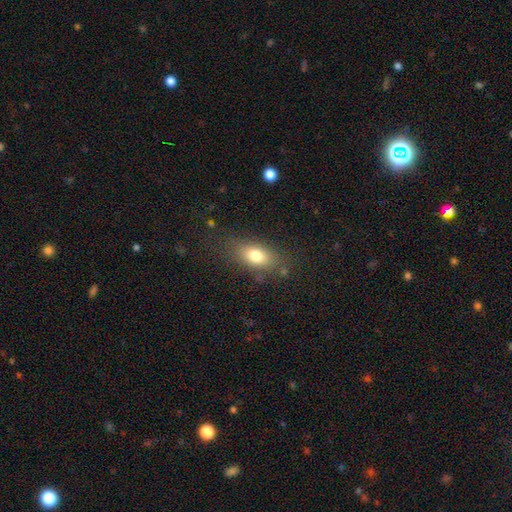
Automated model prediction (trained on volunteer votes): smooth-or-featured: smooth: 77% | featured or disk: 14% | star or artifact: 9%
  how-rounded: in between: 82% | round: 10% | cigar-shaped: 8%
  merging: none: 78% | minor disturbance: 14% | major disturbance: 6% | merger: 2%